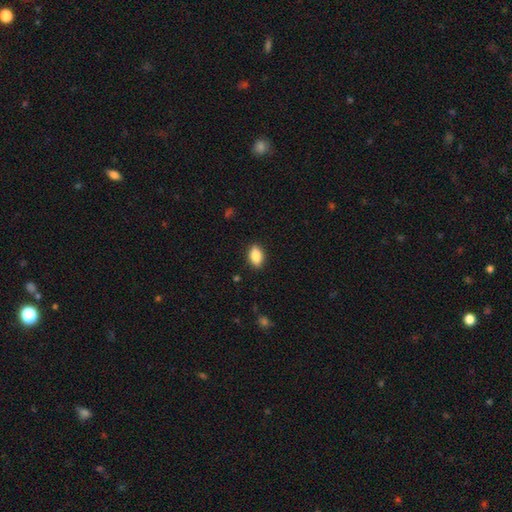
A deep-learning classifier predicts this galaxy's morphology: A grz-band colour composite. It shows a smooth galaxy with no disk features (82%) that is in between round and cigar-shaped (86%). Merging: none (87%).